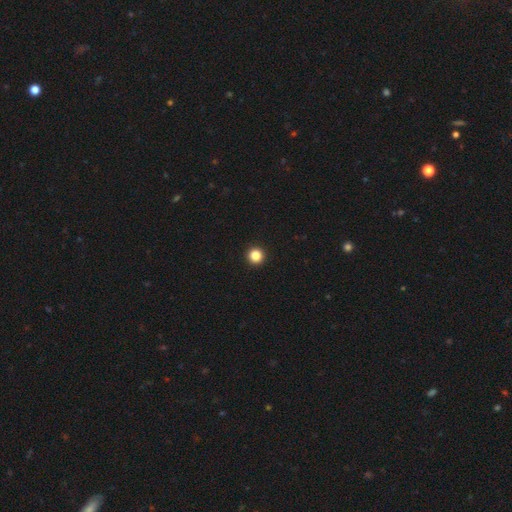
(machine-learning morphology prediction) A smooth galaxy with no disk features (86%) that is round (96%).

Vote fractions:
- Smooth or featured? smooth: 86% / star or artifact: 11% / featured or disk: 3%
- How rounded? round: 96% / in between: 3% / cigar-shaped: 1%
- Merging? none: 94% / minor disturbance: 3% / major disturbance: 1% / merger: 1%